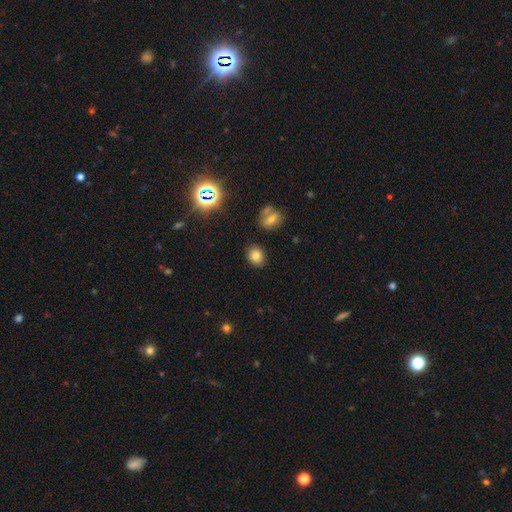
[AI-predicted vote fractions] smooth_or_featured: smooth (p=0.78) [alt: star or artifact p=0.14]
how_rounded: round (p=0.50) [alt: in between p=0.49]
merging: none (p=0.85) [alt: minor disturbance p=0.09]